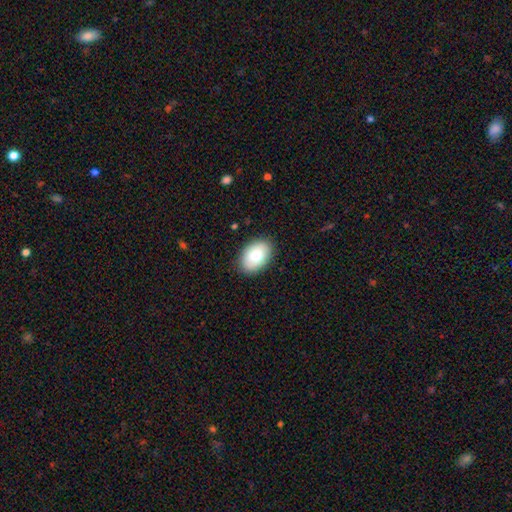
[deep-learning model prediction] This appears to be a smooth galaxy with no disk features (77%) that is in between round and cigar-shaped (88%). Merging: none (87%).